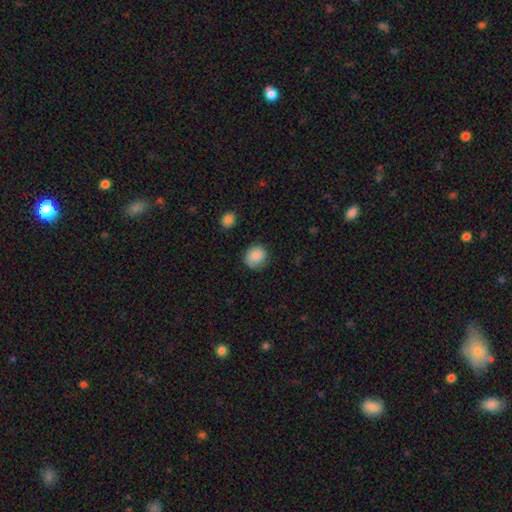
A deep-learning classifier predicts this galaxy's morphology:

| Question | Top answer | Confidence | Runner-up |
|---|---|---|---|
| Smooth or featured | smooth | 80% | featured or disk (12%) |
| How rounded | round | 82% | in between (17%) |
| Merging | none | 74% | minor disturbance (18%) |